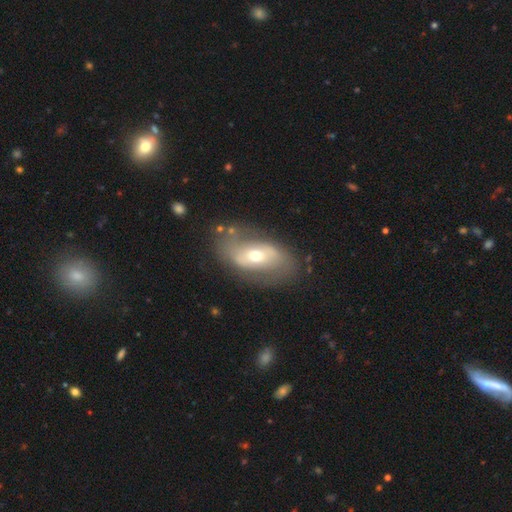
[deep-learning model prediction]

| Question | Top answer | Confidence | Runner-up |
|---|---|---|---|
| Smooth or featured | featured or disk | 62% | smooth (31%) |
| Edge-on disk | no | 92% | yes (8%) |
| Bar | no | 41% | weak (32%) |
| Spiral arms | yes | 61% | no (39%) |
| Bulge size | moderate | 58% | small (34%) |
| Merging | none | 70% | minor disturbance (18%) |